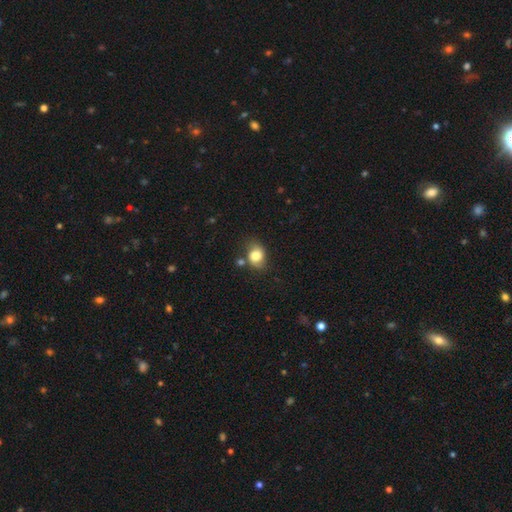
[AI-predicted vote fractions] smooth 78%, featured or disk 13%, star or artifact 9%. Down the decision tree: how rounded — in between (59%); merging — none (65%).